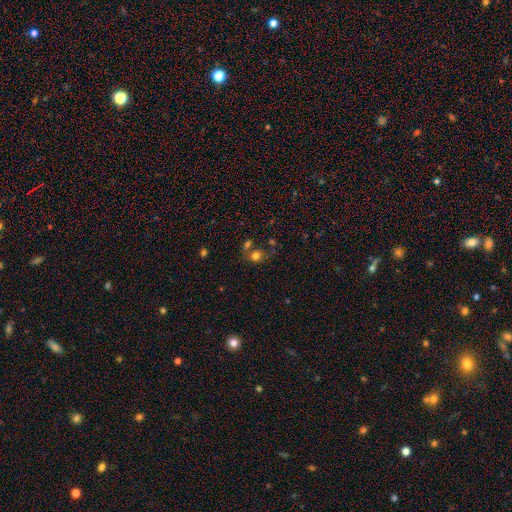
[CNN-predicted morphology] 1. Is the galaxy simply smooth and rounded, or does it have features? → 73% smooth, 14% star or artifact, 13% featured or disk.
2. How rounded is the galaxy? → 57% round, 42% in between, 1% cigar-shaped.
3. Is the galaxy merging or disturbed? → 41% none, 33% merger, 15% minor disturbance, 10% major disturbance.